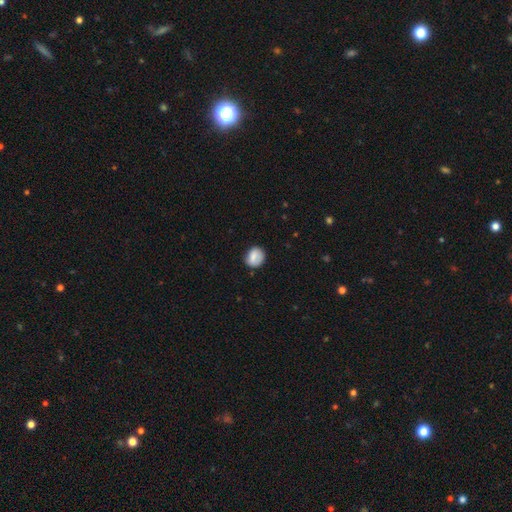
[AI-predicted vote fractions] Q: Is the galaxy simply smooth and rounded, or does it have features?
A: smooth — 77%.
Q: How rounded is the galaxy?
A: round — 65%.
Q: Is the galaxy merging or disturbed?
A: none — 73%.